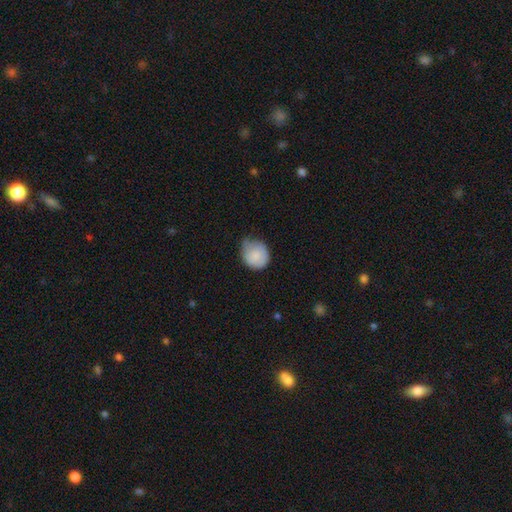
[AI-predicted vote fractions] A smooth galaxy with no disk features (83%) that is round (77%). Merging: minor disturbance (48%).